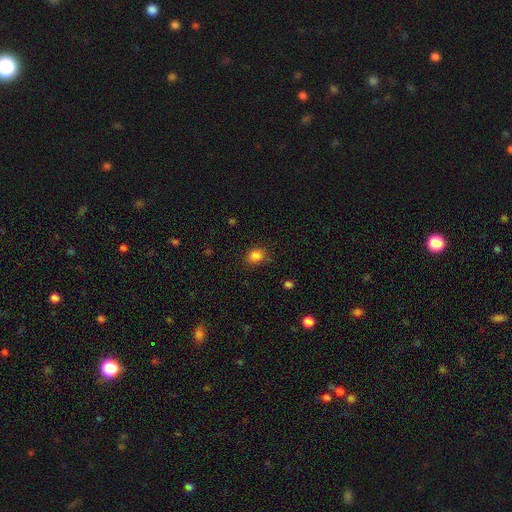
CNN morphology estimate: smooth-or-featured: smooth: 84% | star or artifact: 12% | featured or disk: 4%
  how-rounded: round: 66% | in between: 33% | cigar-shaped: 1%
  merging: none: 77% | minor disturbance: 16% | major disturbance: 4% | merger: 2%